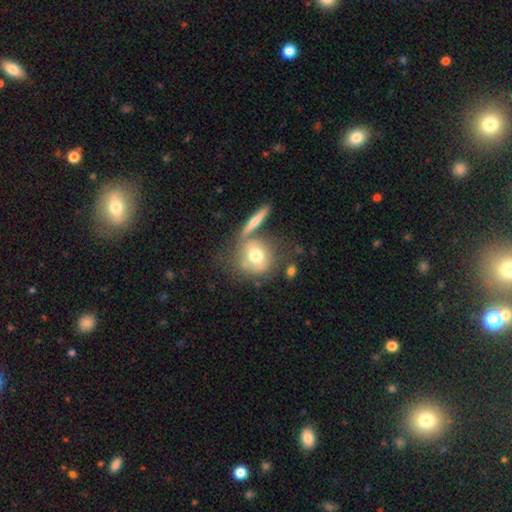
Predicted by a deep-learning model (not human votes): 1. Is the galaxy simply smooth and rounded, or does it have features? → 64% smooth, 28% featured or disk, 8% star or artifact.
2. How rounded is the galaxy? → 79% round, 18% in between, 3% cigar-shaped.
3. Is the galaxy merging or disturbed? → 54% none, 23% merger, 15% minor disturbance, 7% major disturbance.